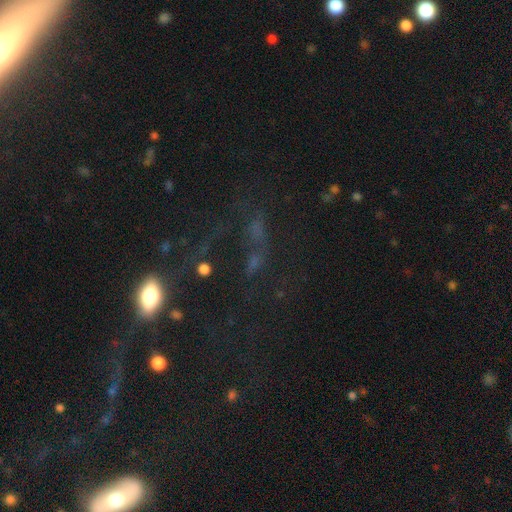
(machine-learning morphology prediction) The model was most divided on "smooth or featured": star or artifact: 44%, smooth: 30%, featured or disk: 26%.